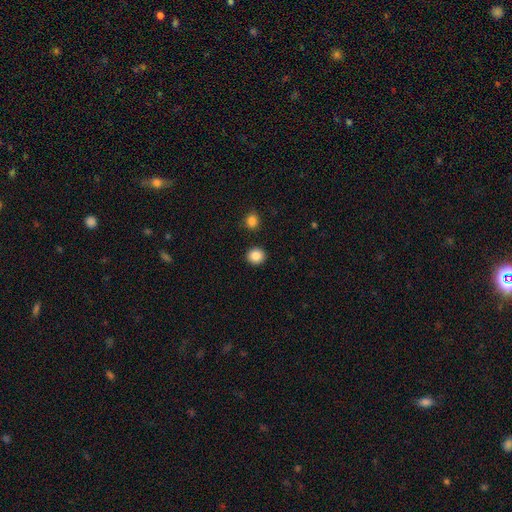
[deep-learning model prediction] This appears to be a smooth galaxy with no disk features (88%) that is round (90%). Merging: none (91%).